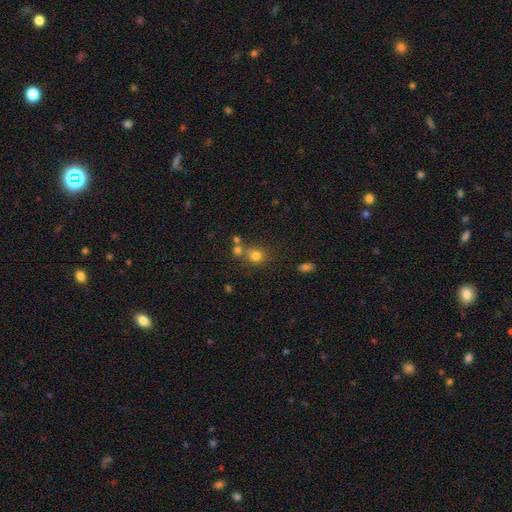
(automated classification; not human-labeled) A smooth galaxy with no disk features (76%) that is round (78%). Merging: none (53%).